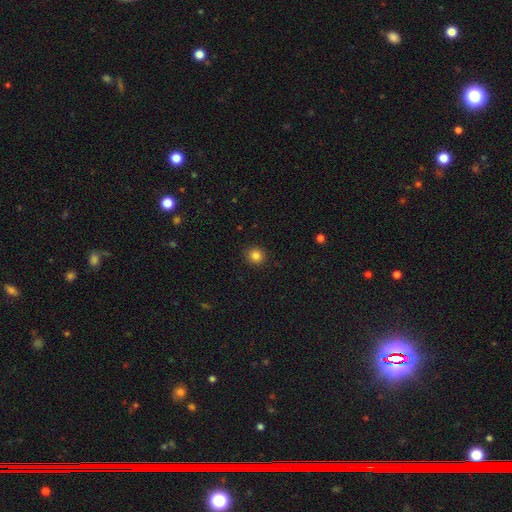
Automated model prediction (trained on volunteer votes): Smooth or featured? Predicted: smooth (p=0.84). How rounded? Predicted: round (p=0.88). Merging? Predicted: none (p=0.90).